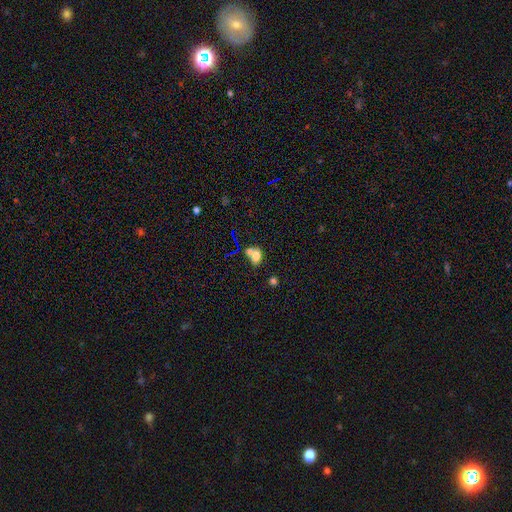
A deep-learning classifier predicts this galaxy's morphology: smooth 73%, featured or disk 14%, star or artifact 13%. Down the decision tree: how rounded — in between (72%); merging — merger (53%).